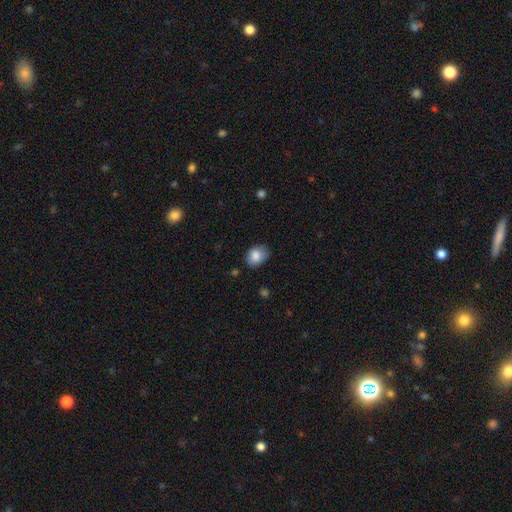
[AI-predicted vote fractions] smooth 85%, star or artifact 8%, featured or disk 7%. Down the decision tree: how rounded — in between (63%); merging — none (67%).